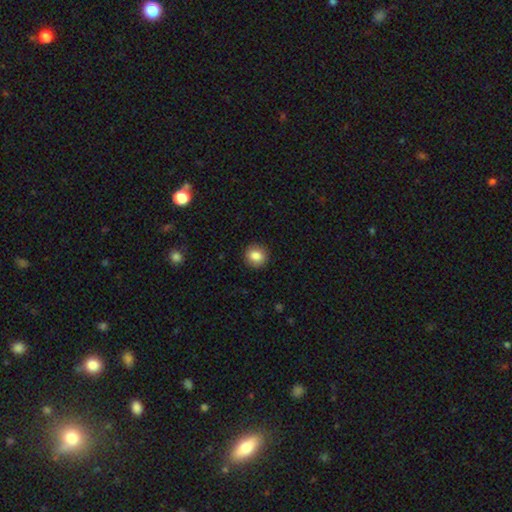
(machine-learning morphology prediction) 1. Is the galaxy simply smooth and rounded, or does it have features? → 85% smooth, 9% star or artifact, 6% featured or disk.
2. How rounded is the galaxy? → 87% round, 12% in between, 1% cigar-shaped.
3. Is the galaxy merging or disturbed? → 91% none, 7% minor disturbance, 2% major disturbance, 1% merger.